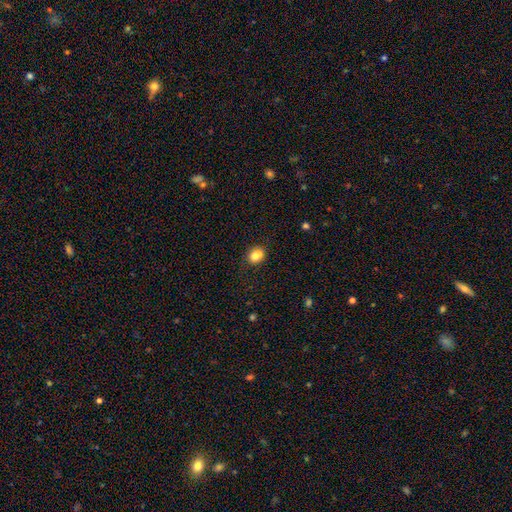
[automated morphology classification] smooth 81%, star or artifact 10%, featured or disk 9%. Down the decision tree: how rounded — in between (52%); merging — none (69%).